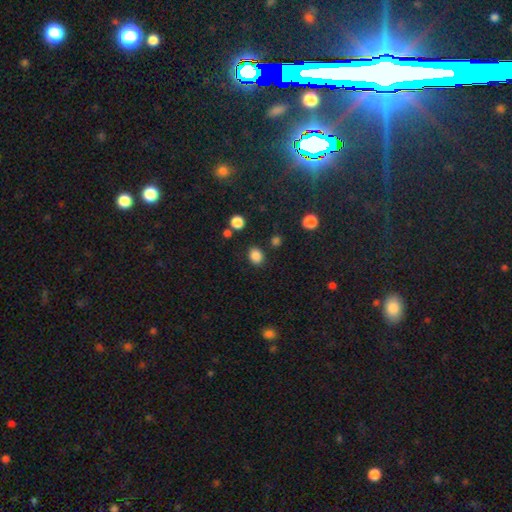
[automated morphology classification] Smooth or featured? Predicted: smooth (p=0.85). How rounded? Predicted: round (p=0.52). Merging? Predicted: none (p=0.83).